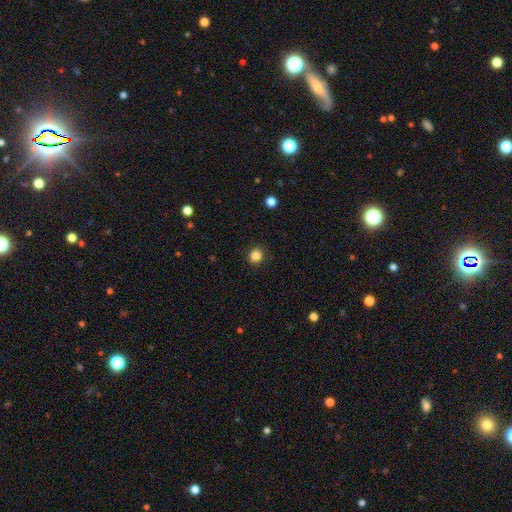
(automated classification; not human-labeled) Morphology: type=smooth (85%); roundness=round (90%); merging=none (92%).